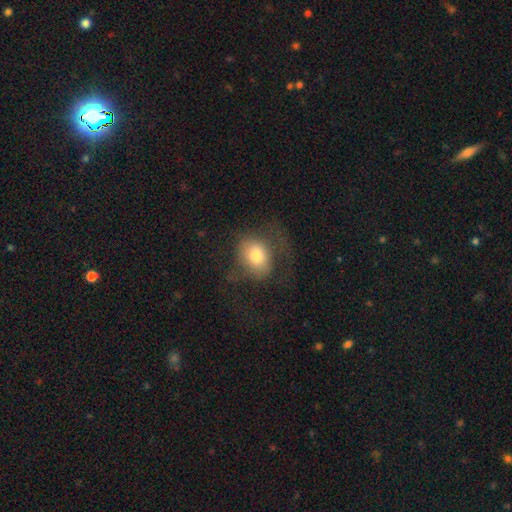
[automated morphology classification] smooth-or-featured: smooth: 71% | featured or disk: 19% | star or artifact: 10%
  how-rounded: in between: 50% | round: 49% | cigar-shaped: 1%
  merging: none: 46% | major disturbance: 31% | minor disturbance: 22% | merger: 2%